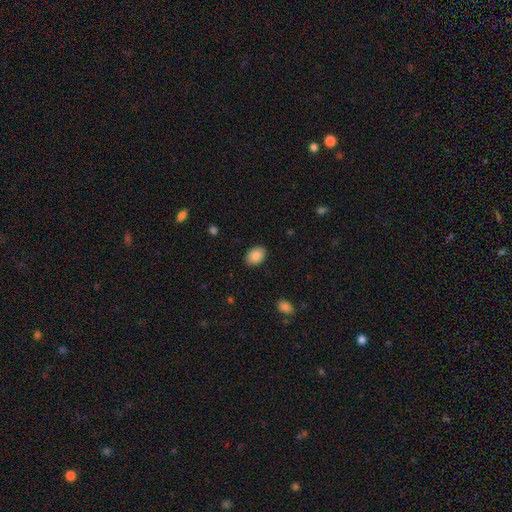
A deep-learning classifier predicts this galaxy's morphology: smooth_or_featured: smooth (p=0.85) [alt: star or artifact p=0.07]
how_rounded: in between (p=0.71) [alt: round p=0.28]
merging: none (p=0.89) [alt: minor disturbance p=0.08]